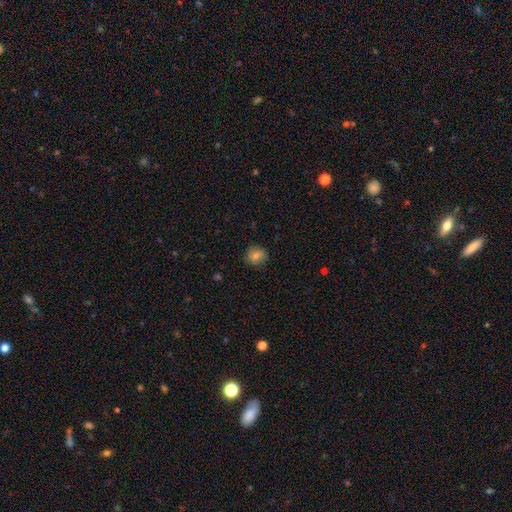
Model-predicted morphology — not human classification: This is clearly a smooth galaxy (81%). How rounded: clearly round (81%). Merging: clearly none (86%).